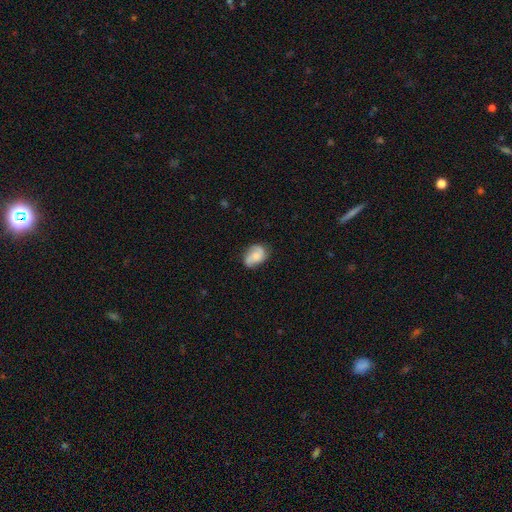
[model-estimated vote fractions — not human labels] Smooth or featured?
  - featured or disk: 46% * (tied)
  - smooth: 46% * (tied)
  - star or artifact: 8%
Merging?
  - none: 66% *
  - minor disturbance: 25%
  - major disturbance: 7%
  - merger: 2%